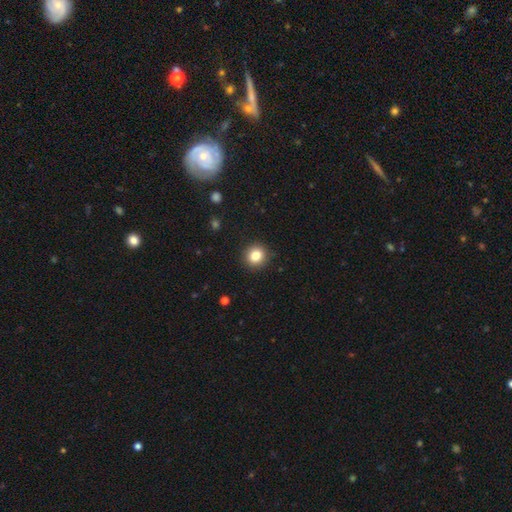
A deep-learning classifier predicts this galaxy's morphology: Smooth or featured? Predicted: smooth (p=0.83). How rounded? Predicted: round (p=0.87). Merging? Predicted: none (p=0.90).